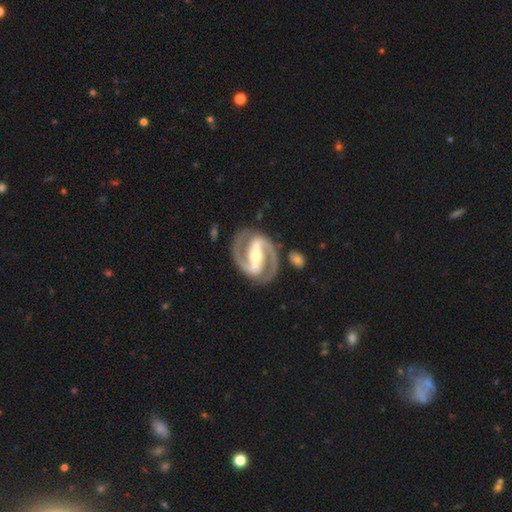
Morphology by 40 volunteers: This is clearly a featured or disk galaxy (95%). It is clearly not viewed edge-on (97%). Bar: clearly strong (97%). Spiral arm pattern: clearly yes (95%). Spiral arm count: clearly 2 (100%). Spiral winding: likely tight (63%). Central bulge: likely moderate (70%). Merging: clearly none (95%).